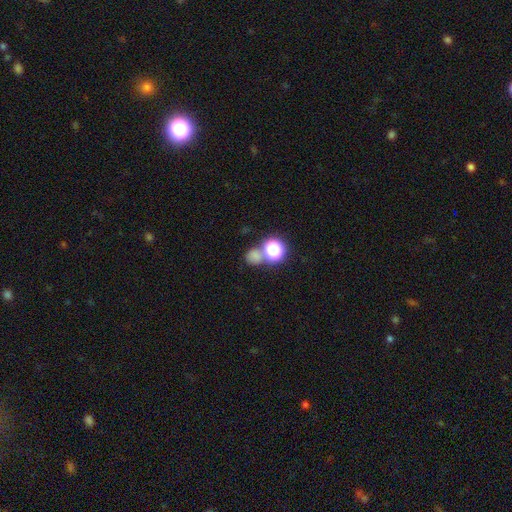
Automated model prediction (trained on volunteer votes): A smooth galaxy with no disk features (64%) that is round (74%). Merging: none (53%).